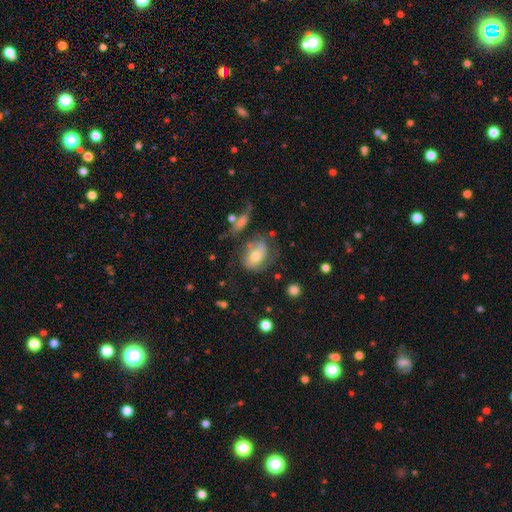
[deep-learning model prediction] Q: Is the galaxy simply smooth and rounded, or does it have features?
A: smooth — 52%.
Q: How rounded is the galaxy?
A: in between — 71%.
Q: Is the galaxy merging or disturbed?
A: none — 41%.